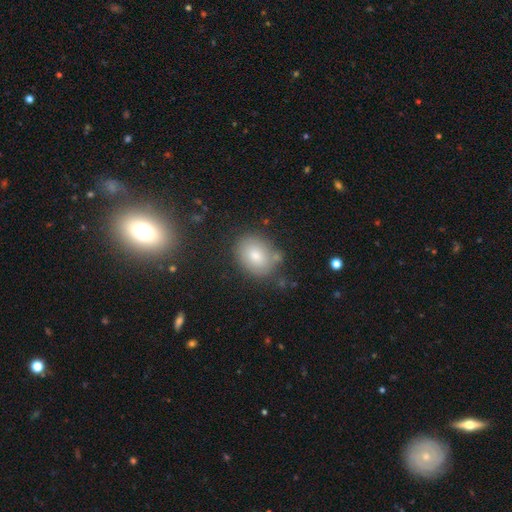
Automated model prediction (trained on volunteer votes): Smooth or featured? Predicted: smooth (p=0.78). How rounded? Predicted: in between (p=0.59). Merging? Predicted: none (p=0.69).